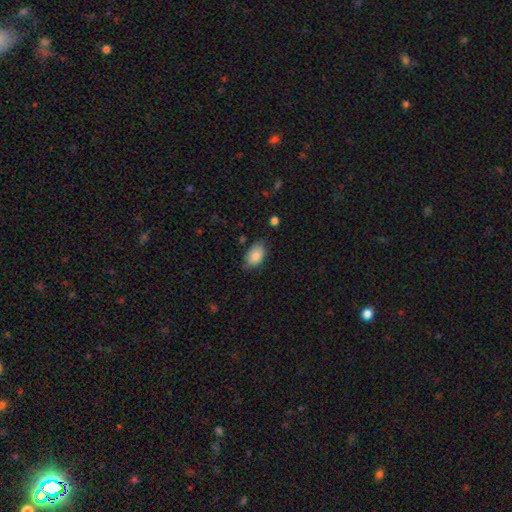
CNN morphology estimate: Smooth or featured? Predicted: smooth (p=0.84). How rounded? Predicted: in between (p=0.92). Merging? Predicted: none (p=0.69).